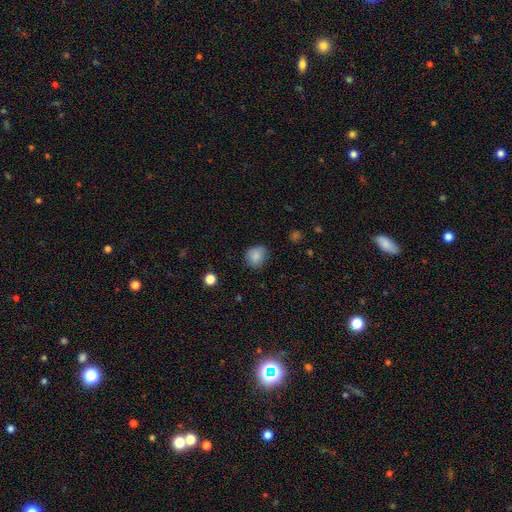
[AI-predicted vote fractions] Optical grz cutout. It shows a smooth galaxy with no disk features (85%) that is round (71%). Merging: none (74%).